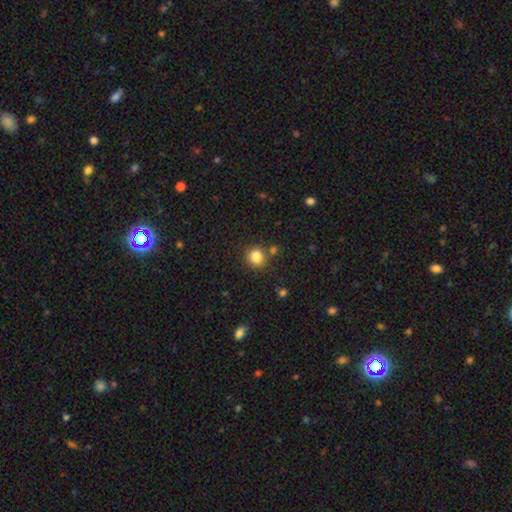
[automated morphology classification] A smooth galaxy with no disk features (84%) that is round (82%). Merging: none (79%).